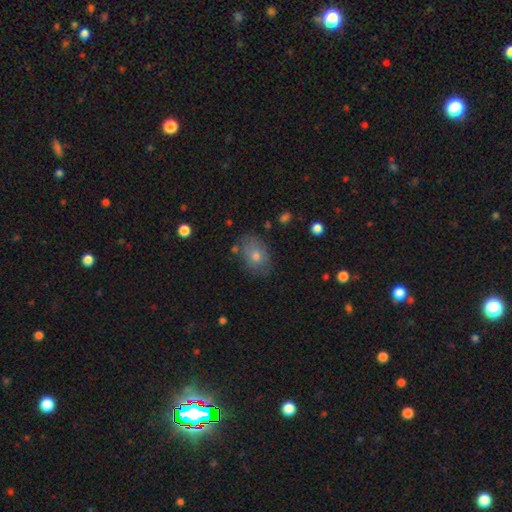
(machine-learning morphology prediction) smooth 68%, featured or disk 20%, star or artifact 12%. Down the decision tree: how rounded — in between (71%); merging — none (76%).